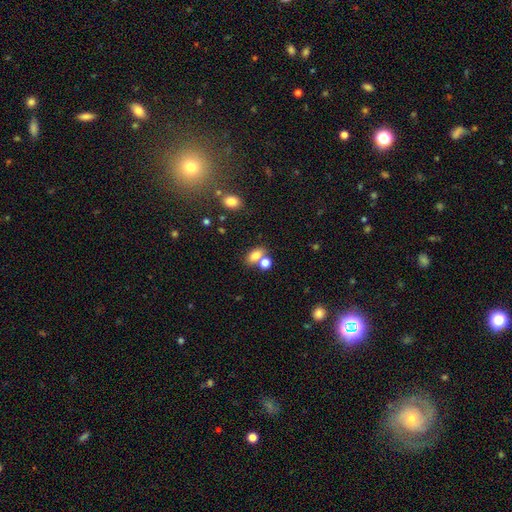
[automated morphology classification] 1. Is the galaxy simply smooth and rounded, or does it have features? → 80% smooth, 11% star or artifact, 9% featured or disk.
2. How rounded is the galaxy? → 82% in between, 15% round, 3% cigar-shaped.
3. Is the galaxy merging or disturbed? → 50% none, 34% merger, 11% minor disturbance, 4% major disturbance.